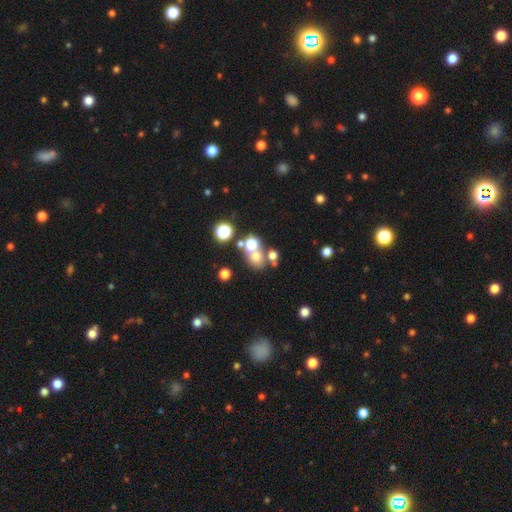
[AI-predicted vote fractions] Q: Smooth or featured?
A: smooth (61%); runner-up: star or artifact (24%)
Q: How rounded?
A: round (73%); runner-up: in between (26%)
Q: Merging?
A: none (49%); runner-up: merger (37%)